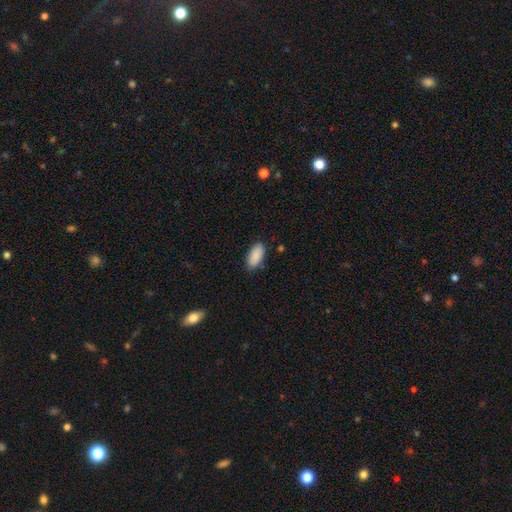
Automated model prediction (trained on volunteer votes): smooth_or_featured: smooth (p=0.90) [alt: star or artifact p=0.06]
how_rounded: in between (p=0.92) [alt: cigar-shaped p=0.06]
merging: none (p=0.84) [alt: minor disturbance p=0.12]